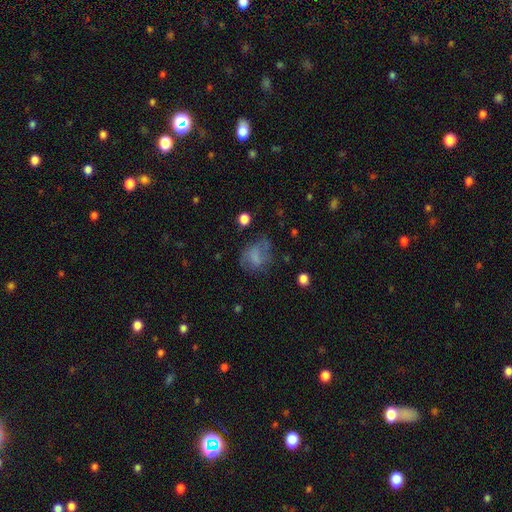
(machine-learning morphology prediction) smooth-or-featured: smooth: 58% | featured or disk: 29% | star or artifact: 13%
  how-rounded: in between: 52% | round: 47% | cigar-shaped: 1%
  merging: none: 48% | minor disturbance: 25% | major disturbance: 24% | merger: 3%